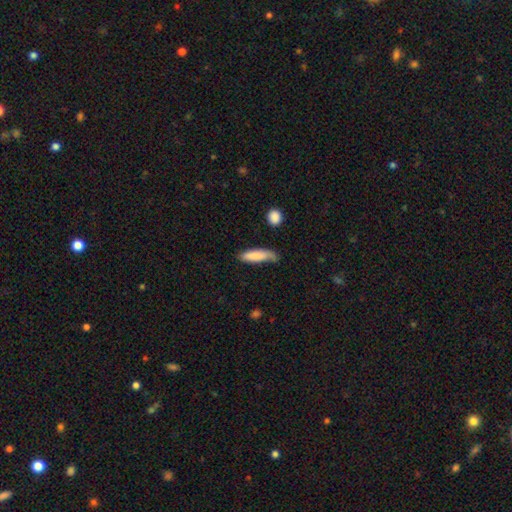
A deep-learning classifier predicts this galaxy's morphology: Smooth or featured: smooth — 83% (featured or disk — 11%)
How rounded: cigar-shaped — 62% (in between — 36%)
Merging: none — 55% (minor disturbance — 33%)